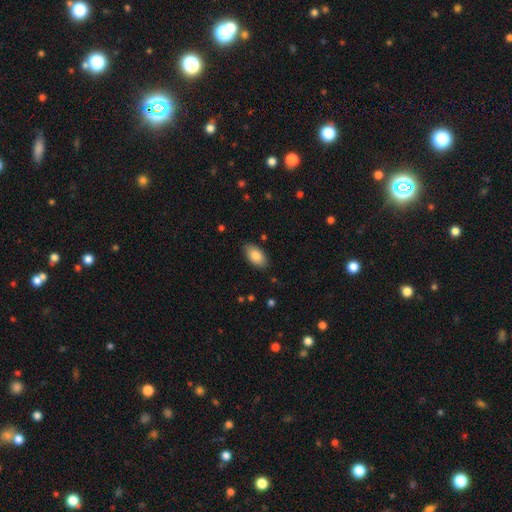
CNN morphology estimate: type=smooth (86%); roundness=in between (94%); merging=none (86%).